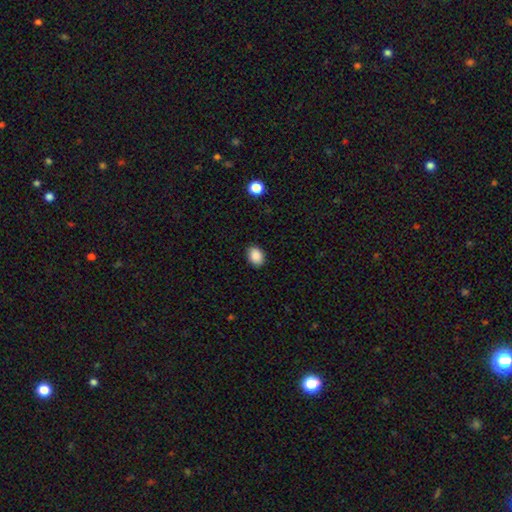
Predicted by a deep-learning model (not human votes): Morphology: type=smooth (89%); roundness=in between (70%); merging=none (88%).